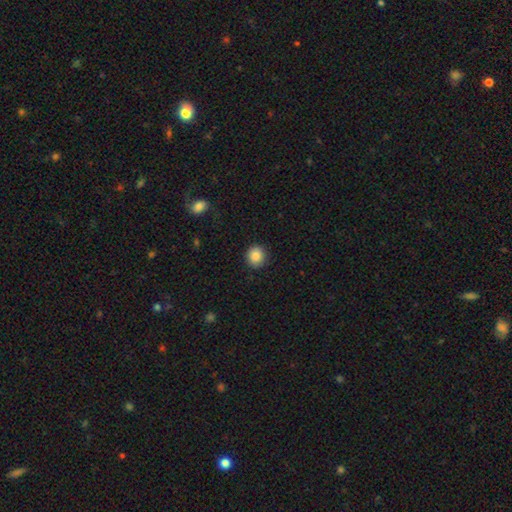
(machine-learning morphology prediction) smooth 87%, star or artifact 9%, featured or disk 4%. Down the decision tree: how rounded — round (87%); merging — none (89%).